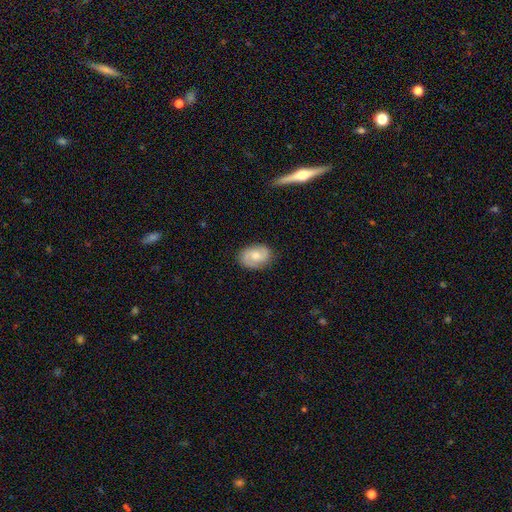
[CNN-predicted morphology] smooth-or-featured: featured or disk: 52% | smooth: 41% | star or artifact: 7%
  disk-edge-on: no: 96% | yes: 4%
  merging: none: 81% | minor disturbance: 14% | major disturbance: 3% | merger: 1%